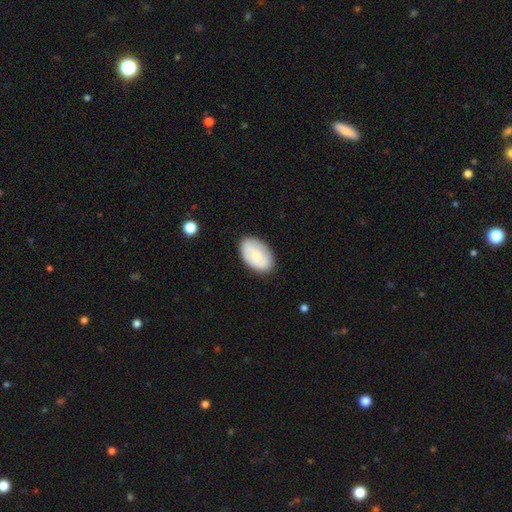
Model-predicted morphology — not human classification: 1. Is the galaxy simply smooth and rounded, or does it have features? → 72% smooth, 22% featured or disk, 6% star or artifact.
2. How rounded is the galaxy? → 93% in between, 6% round, 1% cigar-shaped.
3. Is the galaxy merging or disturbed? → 83% none, 13% minor disturbance, 3% major disturbance, 1% merger.